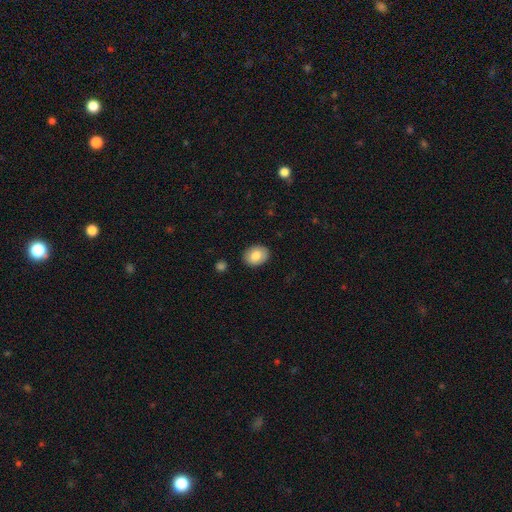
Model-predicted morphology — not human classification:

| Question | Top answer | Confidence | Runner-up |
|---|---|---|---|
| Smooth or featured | smooth | 82% | featured or disk (12%) |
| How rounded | in between | 66% | round (33%) |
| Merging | none | 89% | minor disturbance (8%) |